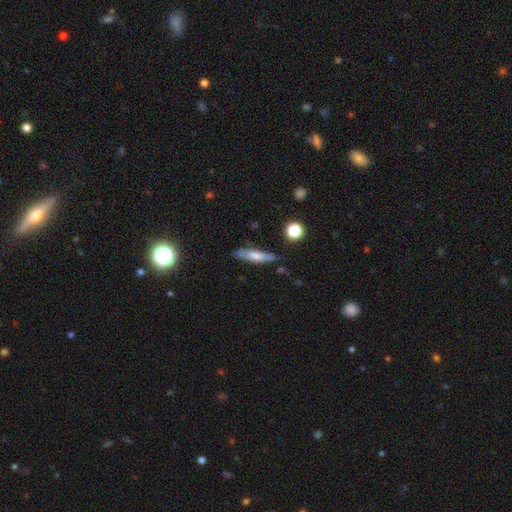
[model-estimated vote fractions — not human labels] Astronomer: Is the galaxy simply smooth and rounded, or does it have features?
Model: smooth — 64%.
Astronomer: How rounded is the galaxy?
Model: cigar-shaped — 80%.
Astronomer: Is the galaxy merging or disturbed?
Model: none — 79%.